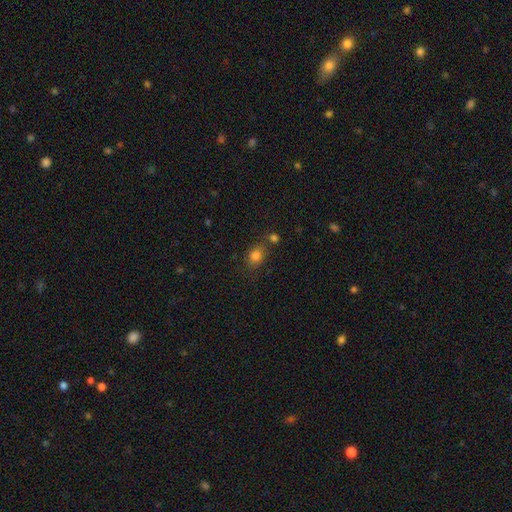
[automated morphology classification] A smooth galaxy with no disk features (80%) that is round (54%). Merging: none (66%).